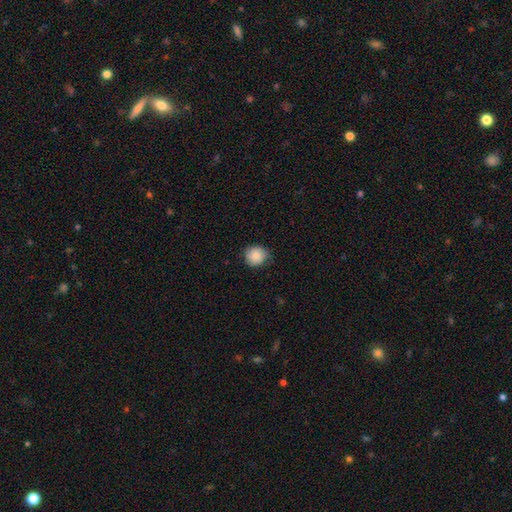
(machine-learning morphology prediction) This appears to be a smooth galaxy with no disk features (82%) that is round (85%). Merging: none (71%).